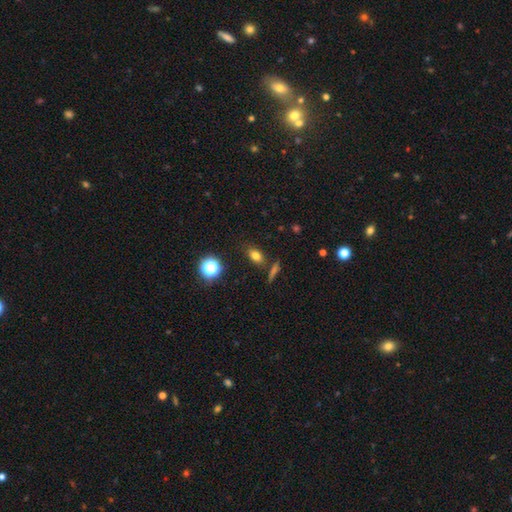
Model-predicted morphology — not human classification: Q: Smooth or featured?
A: smooth (75%); runner-up: star or artifact (15%)
Q: How rounded?
A: in between (71%); runner-up: round (23%)
Q: Merging?
A: none (78%); runner-up: minor disturbance (11%)